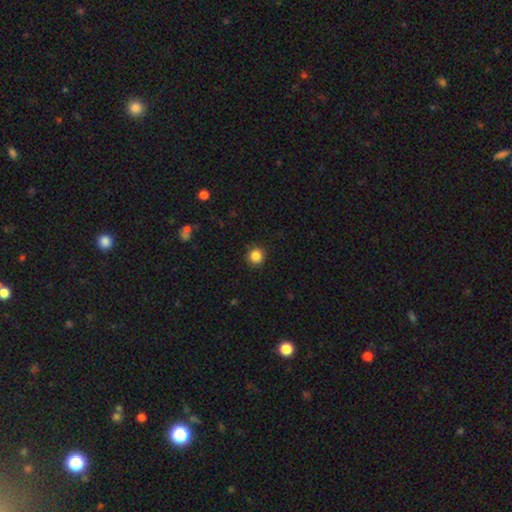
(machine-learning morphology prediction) Q: Smooth or featured?
A: smooth (86%); runner-up: star or artifact (11%)
Q: How rounded?
A: round (93%); runner-up: in between (6%)
Q: Merging?
A: none (91%); runner-up: minor disturbance (6%)